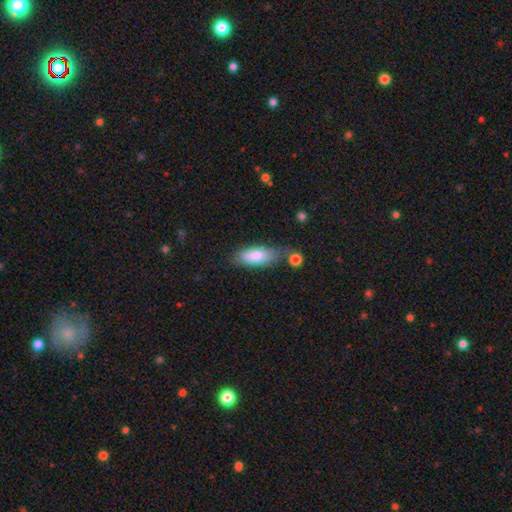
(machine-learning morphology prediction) This appears to be a smooth galaxy with no disk features (80%) that is in between round and cigar-shaped (74%). Merging: none (63%).